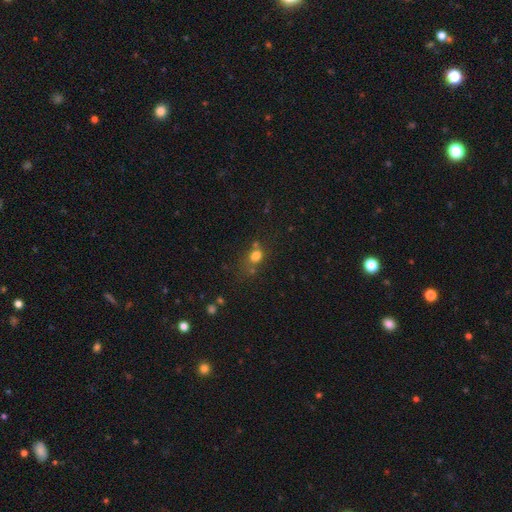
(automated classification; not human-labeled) Q: Smooth or featured?
A: smooth (75%); runner-up: star or artifact (16%)
Q: How rounded?
A: round (55%); runner-up: in between (44%)
Q: Merging?
A: none (52%); runner-up: merger (22%)